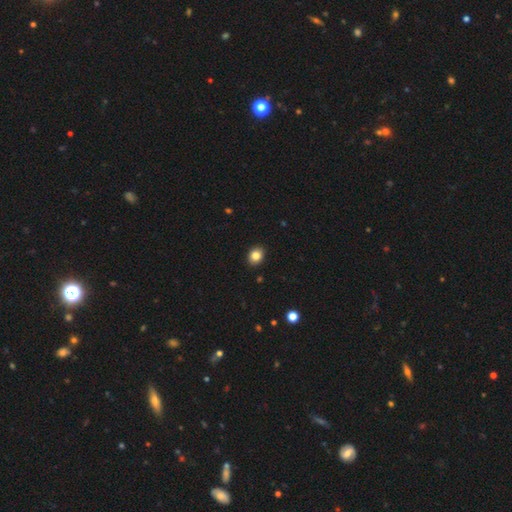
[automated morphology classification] Smooth or featured?
  - smooth: 84% *
  - star or artifact: 10%
  - featured or disk: 6%
How rounded?
  - in between: 52% *
  - round: 47%
  - cigar-shaped: 1%
Merging?
  - none: 91% *
  - minor disturbance: 6%
  - major disturbance: 2%
  - merger: 1%